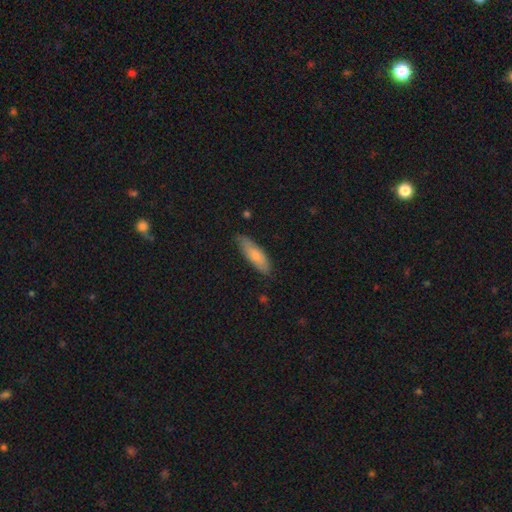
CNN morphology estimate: Q: Smooth or featured?
A: smooth (75%); runner-up: featured or disk (19%)
Q: How rounded?
A: in between (55%); runner-up: cigar-shaped (43%)
Q: Merging?
A: none (78%); runner-up: minor disturbance (18%)